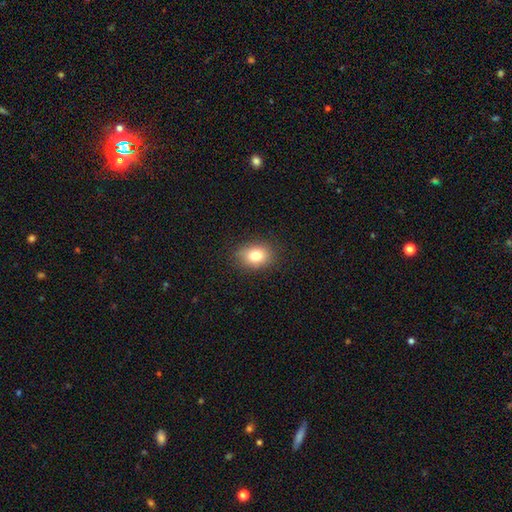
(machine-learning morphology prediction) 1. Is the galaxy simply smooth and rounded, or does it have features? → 80% smooth, 11% star or artifact, 10% featured or disk.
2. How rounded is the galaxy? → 61% in between, 38% round, 1% cigar-shaped.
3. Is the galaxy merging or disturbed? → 86% none, 10% minor disturbance, 3% major disturbance, 1% merger.